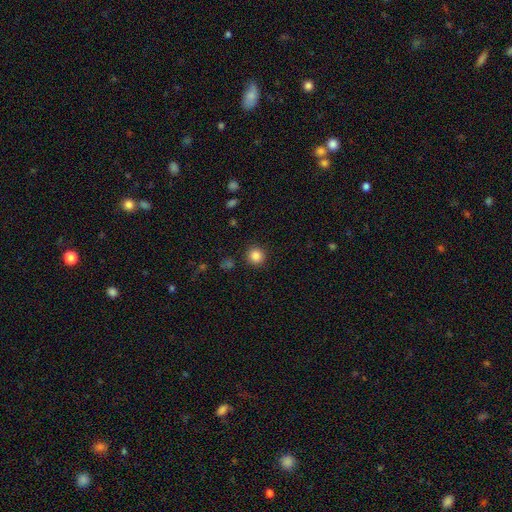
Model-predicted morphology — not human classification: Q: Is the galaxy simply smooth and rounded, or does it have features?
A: smooth — 85%.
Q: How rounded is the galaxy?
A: round — 93%.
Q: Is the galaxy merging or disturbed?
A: none — 90%.